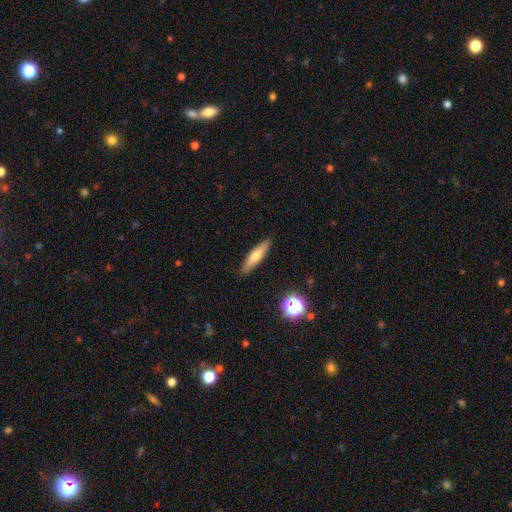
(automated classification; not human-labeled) A smooth galaxy with no disk features (60%) that is cigar-shaped (80%). Merging: none (89%).